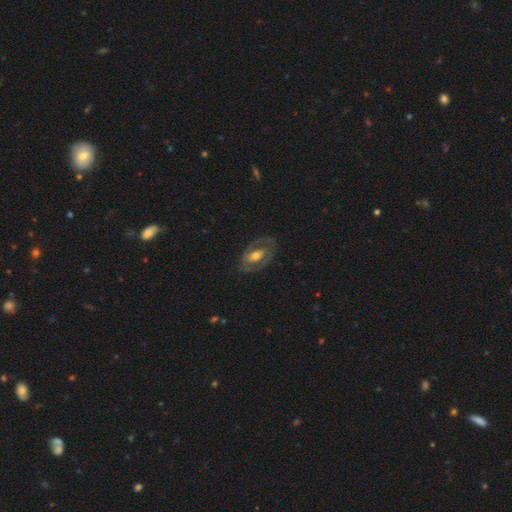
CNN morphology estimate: featured or disk 70%, smooth 24%, star or artifact 5%. Down the decision tree: edge-on disk — no (94%); bar — no (45%); spiral arms — yes (58%); bulge size — moderate (65%); merging — none (75%).